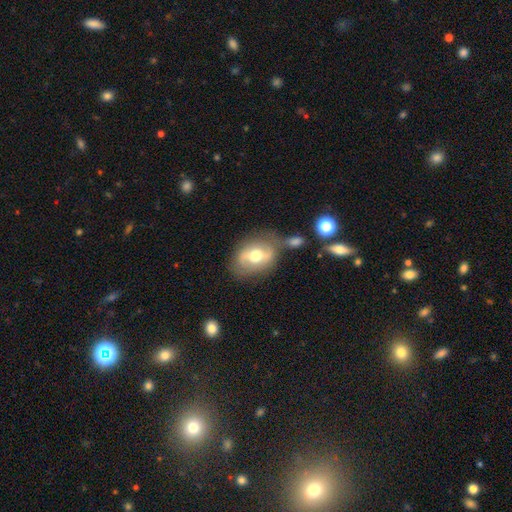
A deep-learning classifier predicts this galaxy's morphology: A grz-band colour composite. It shows a featured or disk galaxy (49%). Merging: none (55%).